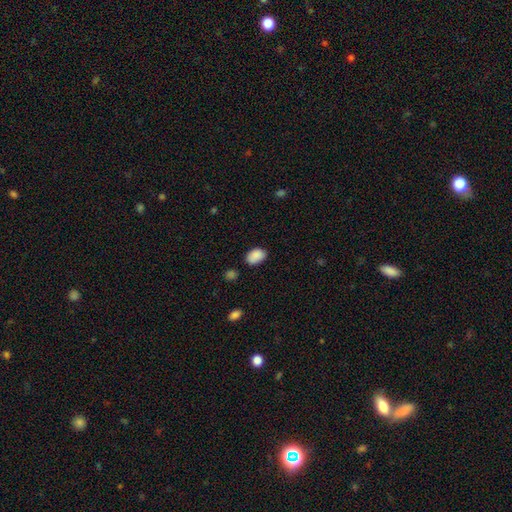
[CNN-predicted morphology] Smooth or featured?
  - smooth: 89% *
  - star or artifact: 8%
  - featured or disk: 4%
How rounded?
  - in between: 87% *
  - round: 12%
  - cigar-shaped: 1%
Merging?
  - none: 78% *
  - minor disturbance: 17%
  - major disturbance: 3%
  - merger: 3%